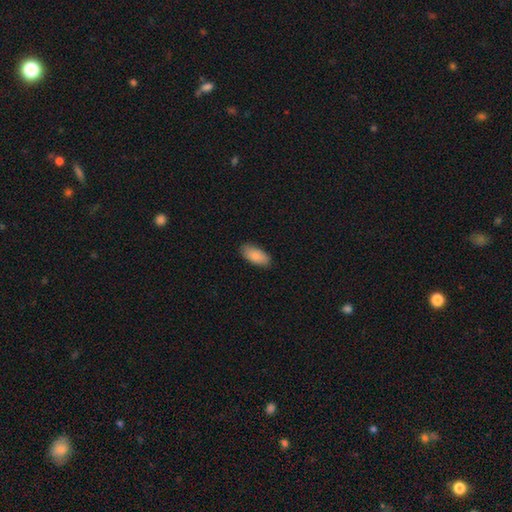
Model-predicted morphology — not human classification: Smooth or featured? smooth (87%)
How rounded? in between (91%)
Merging? none (86%)